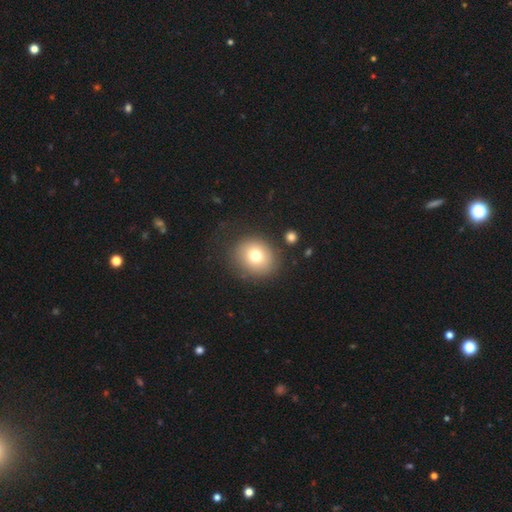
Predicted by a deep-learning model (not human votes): Smooth or featured? smooth (73%)
How rounded? round (77%)
Merging? none (81%)